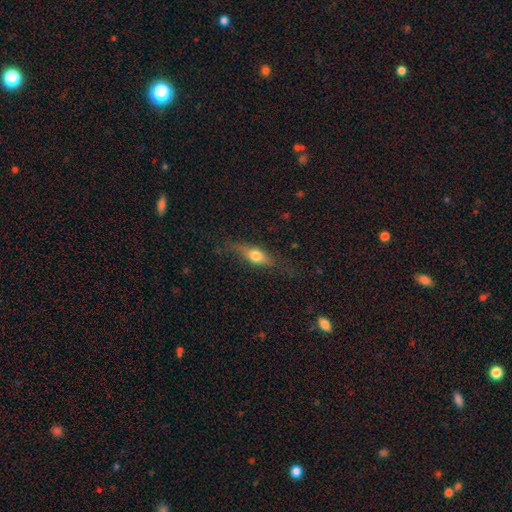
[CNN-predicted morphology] This appears to be a smooth galaxy with no disk features (51%) that is cigar-shaped (49%). Merging: none (72%).